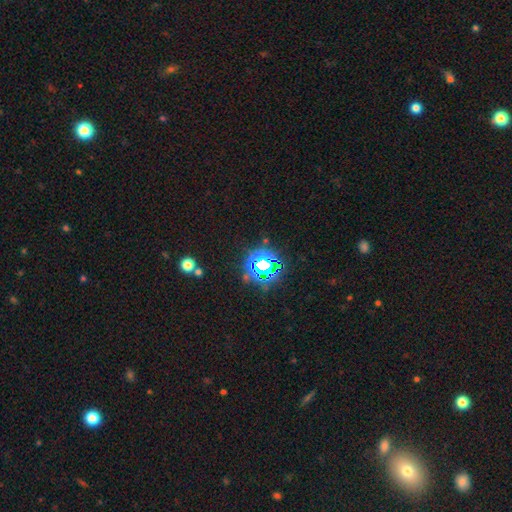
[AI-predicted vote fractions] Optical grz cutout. It shows a star or artifact, not a galaxy (75%).